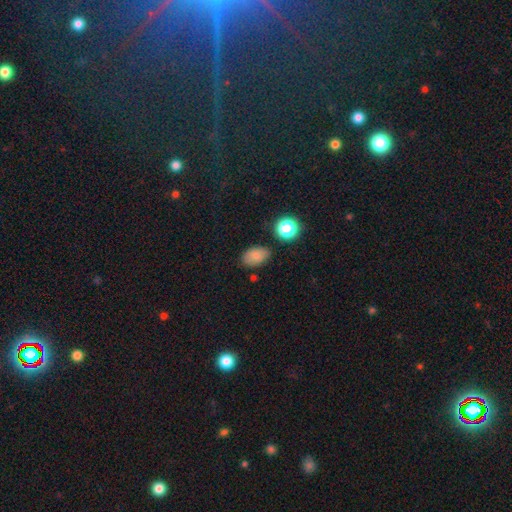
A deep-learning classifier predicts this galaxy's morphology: smooth 82%, star or artifact 12%, featured or disk 7%. Down the decision tree: how rounded — in between (86%); merging — none (77%).